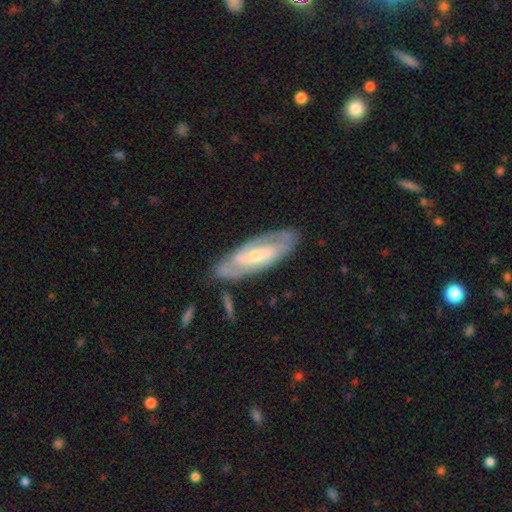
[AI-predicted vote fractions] Smooth or featured?
  - featured or disk: 78% *
  - smooth: 17%
  - star or artifact: 5%
Edge-on disk?
  - no: 88% *
  - yes: 12%
Bar?
  - weak: 37% * (tied)
  - strong: 37% * (tied)
  - no: 26%
Spiral arms?
  - yes: 88% *
  - no: 12%
Spiral winding?
  - tight: 50% *
  - medium: 38%
  - loose: 12%
Spiral arm count?
  - 2: 71% *
  - can't tell: 19%
  - 3: 4%
  - 1: 3%
  - 4: 2%
  - more than 4: 1%
Bulge size?
  - small: 56% *
  - moderate: 38%
  - large: 3%
  - none: 2%
  - dominant: 1%
Merging?
  - none: 79% *
  - minor disturbance: 14%
  - major disturbance: 4%
  - merger: 2%